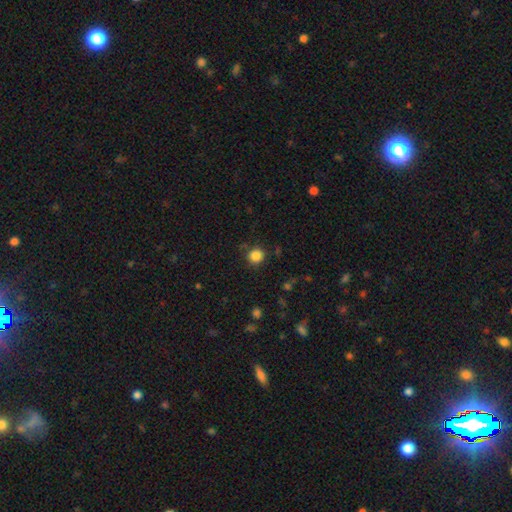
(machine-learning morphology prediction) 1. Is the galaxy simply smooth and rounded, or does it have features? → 85% smooth, 11% star or artifact, 4% featured or disk.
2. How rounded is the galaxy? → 92% round, 7% in between, 1% cigar-shaped.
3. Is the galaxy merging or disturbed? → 86% none, 8% minor disturbance, 3% major disturbance, 2% merger.